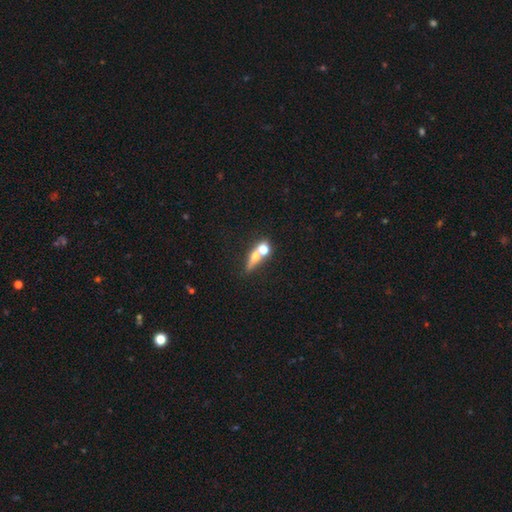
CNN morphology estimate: This is possibly a smooth galaxy (57%). How rounded: marginally round (39%). Merging: possibly merger (51%).